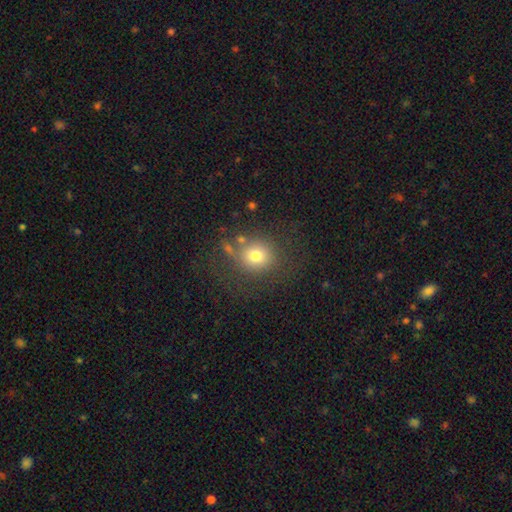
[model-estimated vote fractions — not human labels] A smooth galaxy with no disk features (73%) that is round (81%). Merging: none (68%).